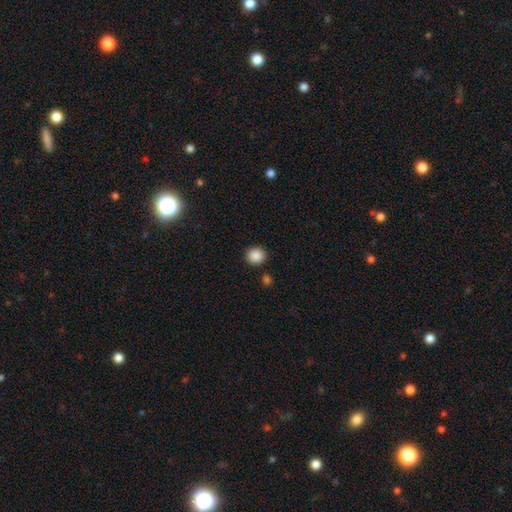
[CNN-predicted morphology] Overall: smooth (88%). How rounded: round (88%). Merging: none (88%).